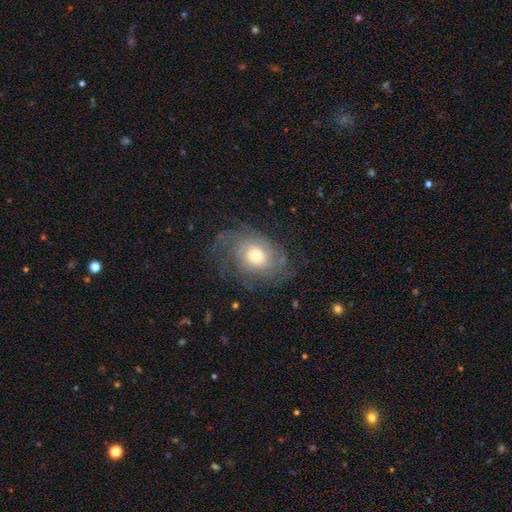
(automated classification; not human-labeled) A featured or disk galaxy (77%) with no bar (77%), tight (59%) spiral arms (92%) and a moderate central bulge (60%).

Vote fractions:
- Smooth or featured? featured or disk: 77% / smooth: 15% / star or artifact: 7%
- Edge-on disk? no: 96% / yes: 4%
- Bar? no: 77% / weak: 19% / strong: 3%
- Spiral arms? yes: 92% / no: 8%
- Spiral winding? tight: 59% / medium: 30% / loose: 11%
- Spiral arm count? can't tell: 43% / 2: 17% / 3: 16% / 4: 11% / more than 4: 7% / 1: 6%
- Bulge size? moderate: 60% / small: 21% / large: 16% / dominant: 2% / none: 1%
- Merging? none: 69% / minor disturbance: 17% / major disturbance: 13% / merger: 1%